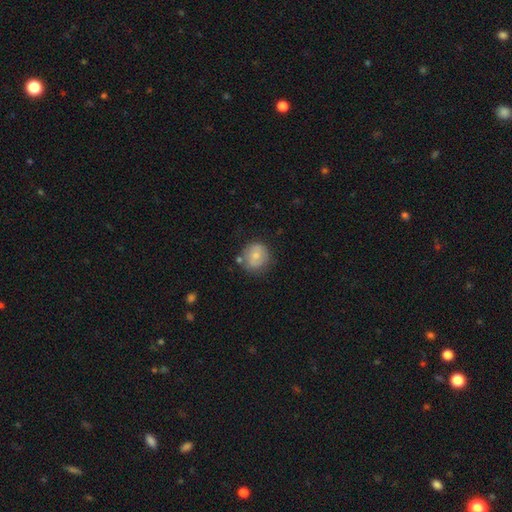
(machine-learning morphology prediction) The model was most divided on "smooth or featured": smooth: 68%, featured or disk: 24%, star or artifact: 8%. More confident: how rounded — round (86%); merging — none (70%).